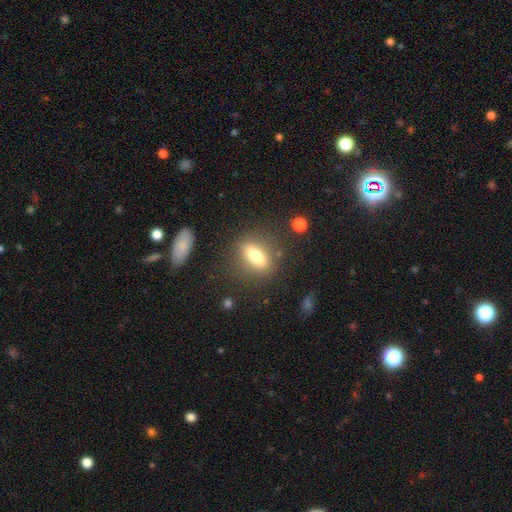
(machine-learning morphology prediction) Overall: smooth (65%). How rounded: in between (63%; cigar-shaped 24%). Merging: none (81%).